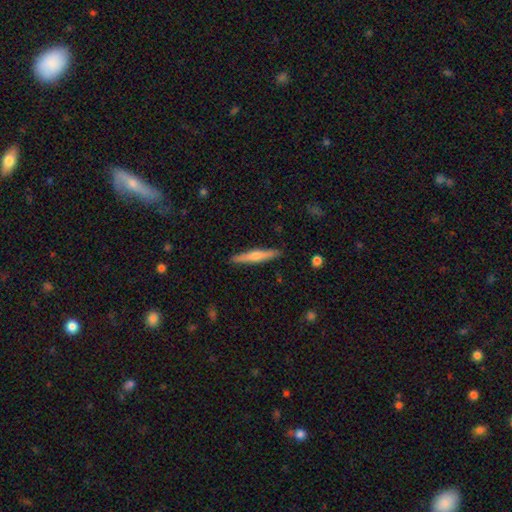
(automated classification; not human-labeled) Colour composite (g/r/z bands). It shows a featured or disk galaxy (54%) viewed edge-on (96%) with a rounded central bulge (81%). Merging: none (91%).